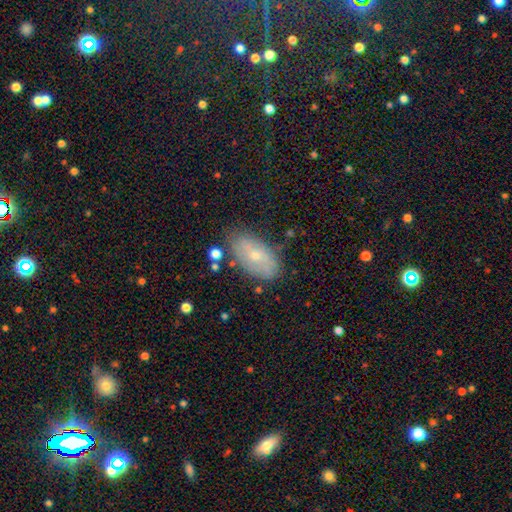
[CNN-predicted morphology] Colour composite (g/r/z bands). It shows a smooth galaxy with no disk features (52%) that is in between round and cigar-shaped (92%). Merging: none (74%).